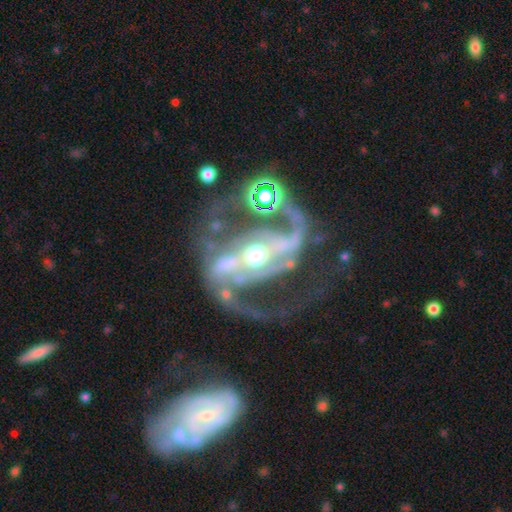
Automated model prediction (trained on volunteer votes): The model was most divided on "spiral winding" (2-way tie): medium: 44%, loose: 44%, tight: 12%. Remaining: edge-on disk — no (96%); spiral arms — yes (93%); smooth or featured — featured or disk (88%); spiral arm count — 2 (82%); bulge size — moderate (67%); bar — strong (53%); merging — none (40%).